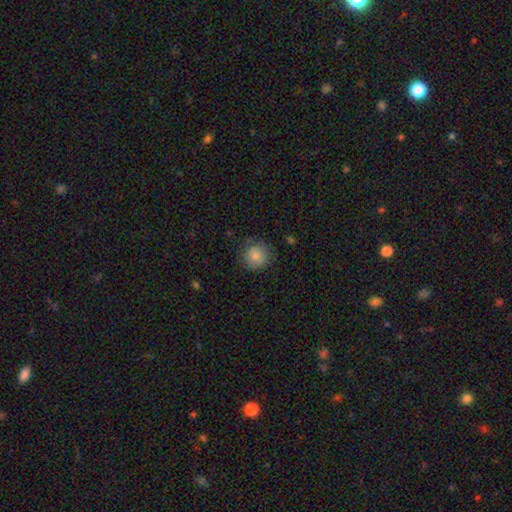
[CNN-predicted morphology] Q: Smooth or featured?
A: smooth (84%); runner-up: star or artifact (9%)
Q: How rounded?
A: round (91%); runner-up: in between (8%)
Q: Merging?
A: none (80%); runner-up: minor disturbance (15%)